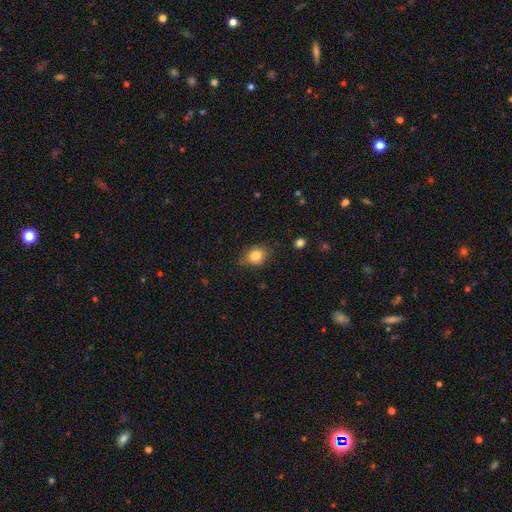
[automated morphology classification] The model was most divided on "how rounded": round: 57%, in between: 42%, cigar-shaped: 1%. More confident: smooth or featured — smooth (82%); merging — none (76%).